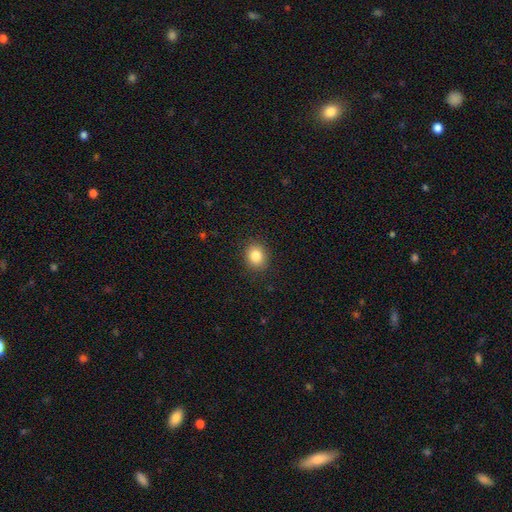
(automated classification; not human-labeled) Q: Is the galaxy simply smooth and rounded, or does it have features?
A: smooth — 84%.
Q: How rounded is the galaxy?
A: round — 63%.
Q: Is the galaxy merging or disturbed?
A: none — 89%.